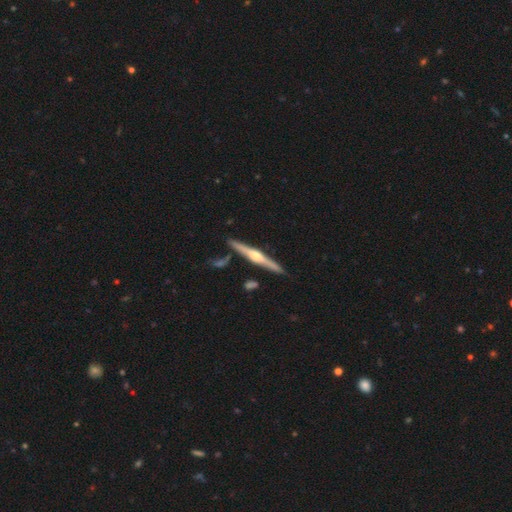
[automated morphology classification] Q: Smooth or featured?
A: featured or disk (81%); runner-up: smooth (14%)
Q: Edge-on disk?
A: yes (98%); runner-up: no (2%)
Q: Edge-on bulge?
A: rounded (91%); runner-up: boxy (5%)
Q: Merging?
A: none (88%); runner-up: minor disturbance (7%)